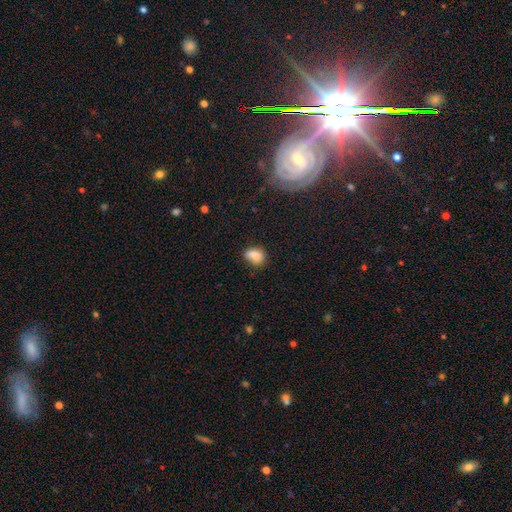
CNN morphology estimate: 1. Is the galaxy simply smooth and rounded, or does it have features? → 84% smooth, 10% star or artifact, 7% featured or disk.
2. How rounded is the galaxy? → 66% in between, 33% round, 2% cigar-shaped.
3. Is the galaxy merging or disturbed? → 59% none, 28% minor disturbance, 7% merger, 7% major disturbance.